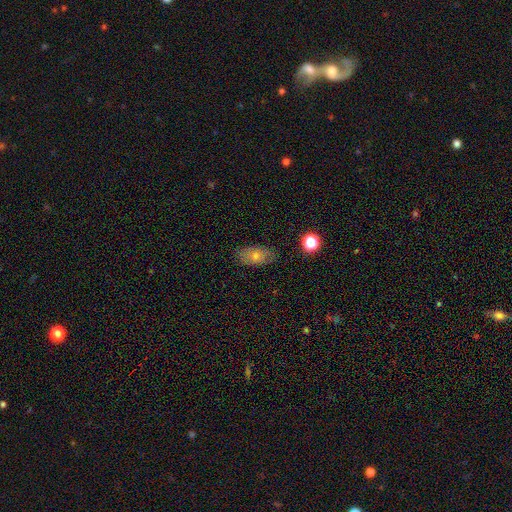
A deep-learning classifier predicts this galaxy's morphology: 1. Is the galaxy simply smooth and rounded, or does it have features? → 63% smooth, 25% featured or disk, 12% star or artifact.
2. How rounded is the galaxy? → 88% in between, 8% round, 4% cigar-shaped.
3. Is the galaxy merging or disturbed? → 83% none, 13% minor disturbance, 3% major disturbance, 1% merger.